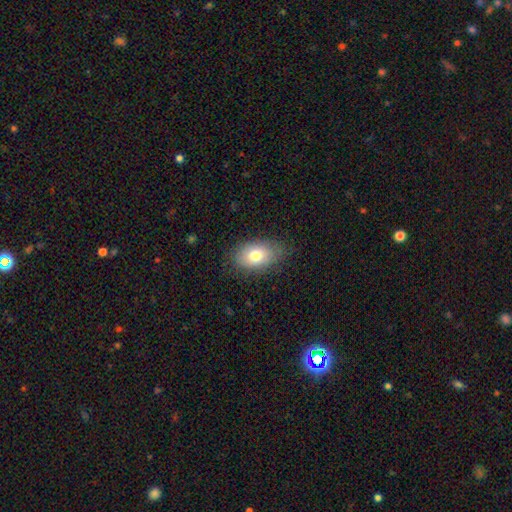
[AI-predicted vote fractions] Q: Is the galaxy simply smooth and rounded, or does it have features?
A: smooth — 75%.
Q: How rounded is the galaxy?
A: in between — 87%.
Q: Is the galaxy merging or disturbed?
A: none — 76%.